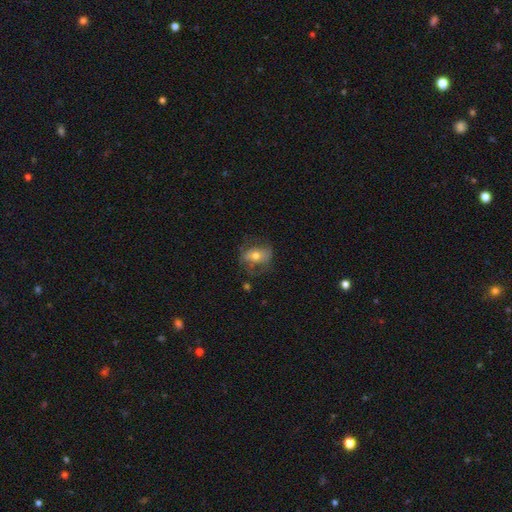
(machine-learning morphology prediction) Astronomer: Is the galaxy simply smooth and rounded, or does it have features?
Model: smooth — 47% (runner-up: featured or disk, 43%).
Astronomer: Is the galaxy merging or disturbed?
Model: none — 57%.